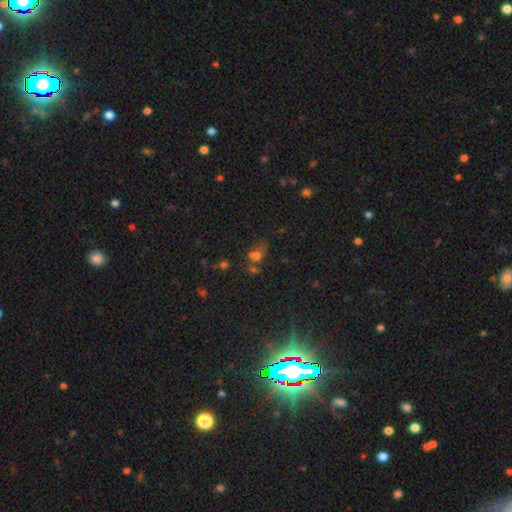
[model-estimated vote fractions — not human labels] This appears to be a smooth galaxy with no disk features (57%) that is in between round and cigar-shaped (52%). Merging: merger (39%).